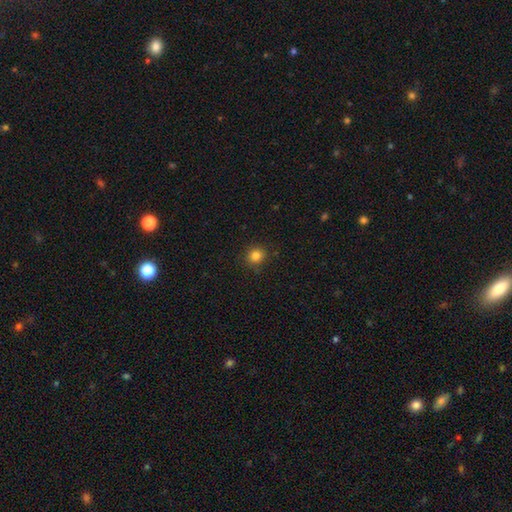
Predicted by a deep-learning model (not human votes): A smooth galaxy with no disk features (83%) that is round (90%). Merging: none (89%).